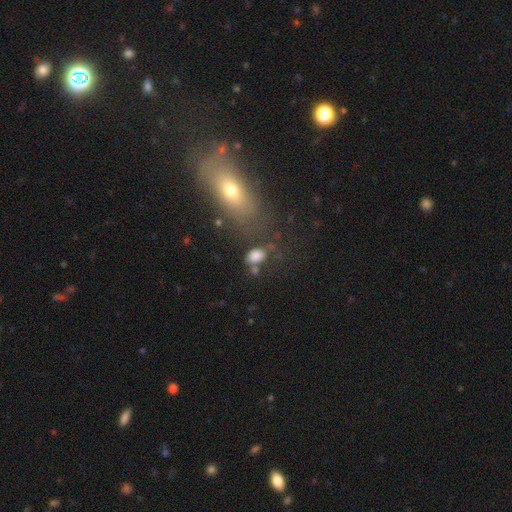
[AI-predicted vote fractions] Overall: smooth (80%). How rounded: in between (82%). Merging: none (54%; minor disturbance 19%).